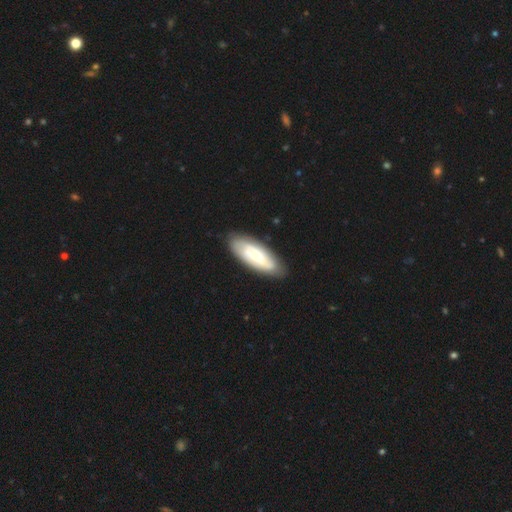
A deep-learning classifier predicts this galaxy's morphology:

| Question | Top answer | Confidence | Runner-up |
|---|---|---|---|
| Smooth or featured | featured or disk | 47% | tied: smooth (47%) |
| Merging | none | 81% | minor disturbance (14%) |